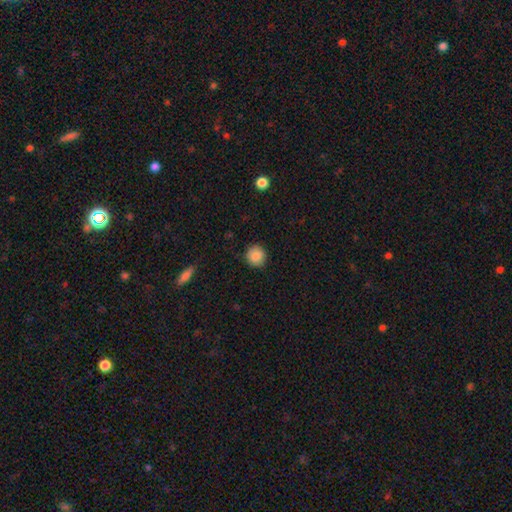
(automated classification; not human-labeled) A smooth galaxy with no disk features (87%) that is round (91%). Merging: none (89%).